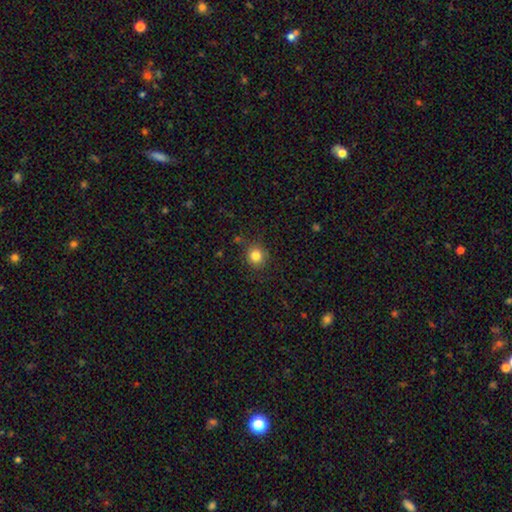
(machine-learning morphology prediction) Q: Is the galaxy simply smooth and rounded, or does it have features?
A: smooth — 83%.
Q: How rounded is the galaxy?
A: round — 90%.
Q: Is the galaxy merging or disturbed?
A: none — 85%.